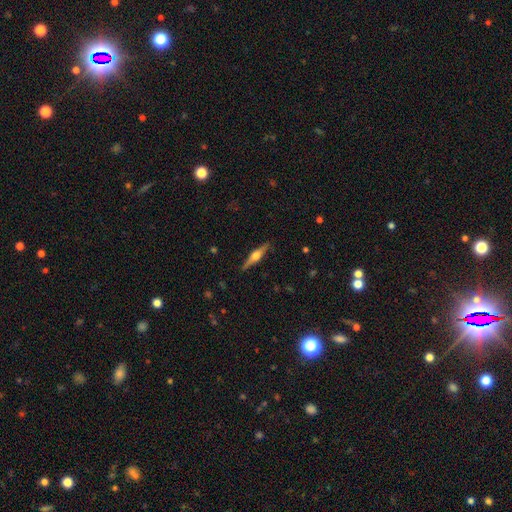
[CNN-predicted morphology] smooth-or-featured: featured or disk: 73% | smooth: 21% | star or artifact: 6%
  disk-edge-on: yes: 98% | no: 2%
    edge-on-bulge: rounded: 93% | boxy: 5% | none: 2%
  merging: none: 90% | minor disturbance: 7% | major disturbance: 2% | merger: 1%